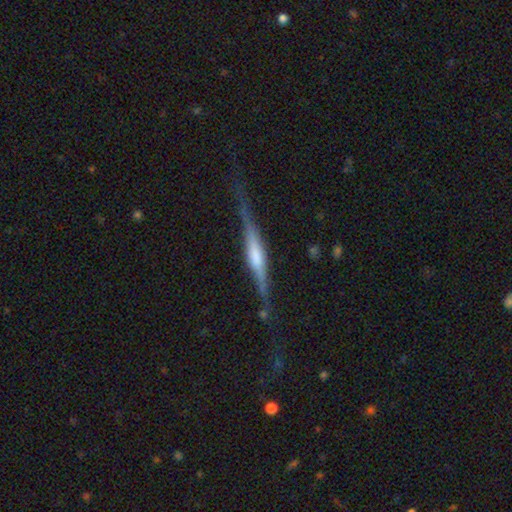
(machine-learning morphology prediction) Q: Smooth or featured?
A: featured or disk (75%); runner-up: smooth (20%)
Q: Edge-on disk?
A: yes (96%); runner-up: no (4%)
Q: Edge-on bulge?
A: rounded (52%); runner-up: boxy (36%)
Q: Merging?
A: none (73%); runner-up: minor disturbance (19%)